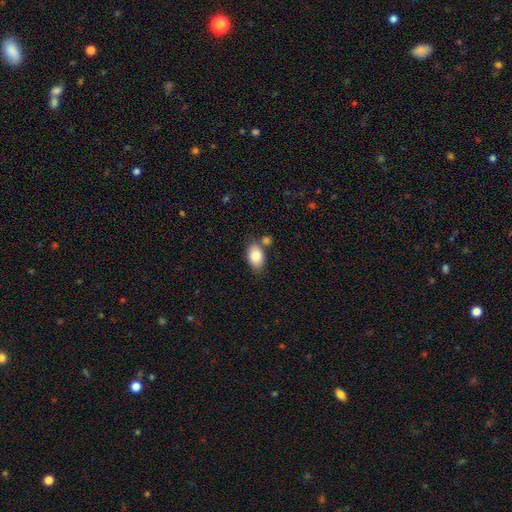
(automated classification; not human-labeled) Smooth or featured?
  - smooth: 85% *
  - featured or disk: 9%
  - star or artifact: 7%
How rounded?
  - in between: 89% *
  - round: 10%
  - cigar-shaped: 1%
Merging?
  - none: 63% *
  - merger: 17%
  - minor disturbance: 16%
  - major disturbance: 4%